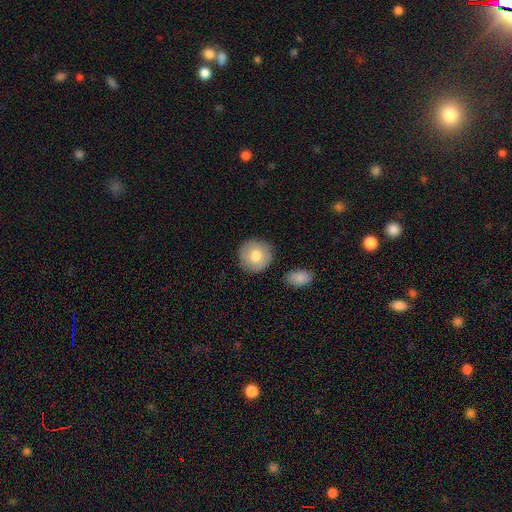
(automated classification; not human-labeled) Q: Smooth or featured?
A: smooth (77%); runner-up: featured or disk (17%)
Q: How rounded?
A: round (92%); runner-up: in between (7%)
Q: Merging?
A: none (85%); runner-up: minor disturbance (9%)